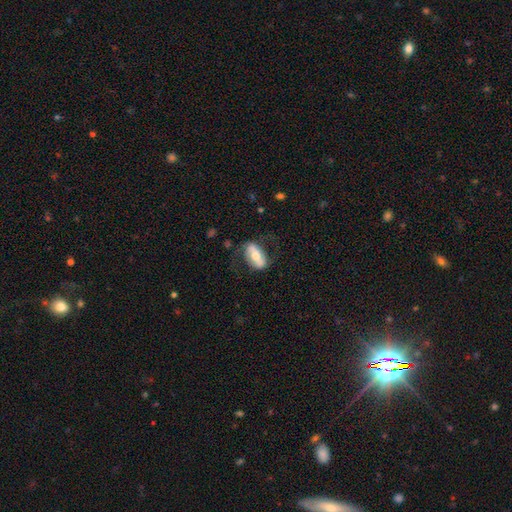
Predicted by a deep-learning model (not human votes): smooth-or-featured: featured or disk: 54% | smooth: 40% | star or artifact: 6%
  disk-edge-on: no: 85% | yes: 15%
  merging: none: 65% | minor disturbance: 20% | major disturbance: 14% | merger: 2%